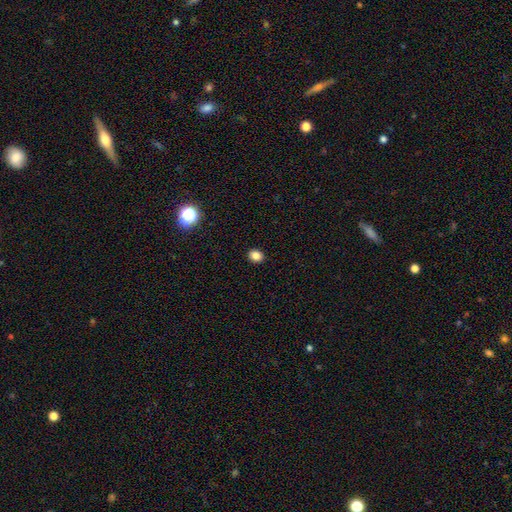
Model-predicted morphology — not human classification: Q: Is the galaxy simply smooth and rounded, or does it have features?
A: smooth — 84%.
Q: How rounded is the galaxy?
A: round — 60%.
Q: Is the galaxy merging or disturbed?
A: none — 92%.